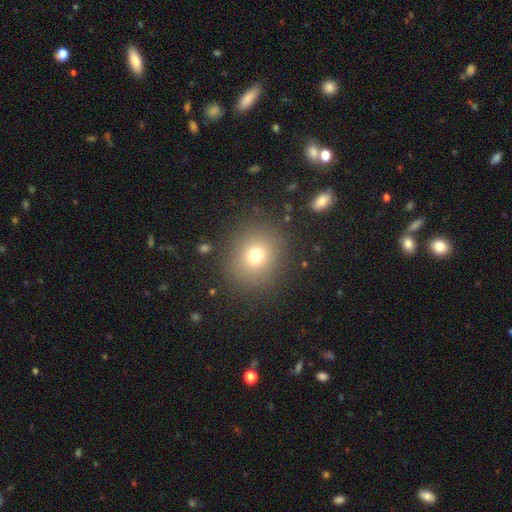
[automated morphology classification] smooth-or-featured: smooth: 72% | star or artifact: 17% | featured or disk: 12%
  how-rounded: round: 81% | in between: 19% | cigar-shaped: 1%
  merging: none: 86% | minor disturbance: 8% | major disturbance: 4% | merger: 2%